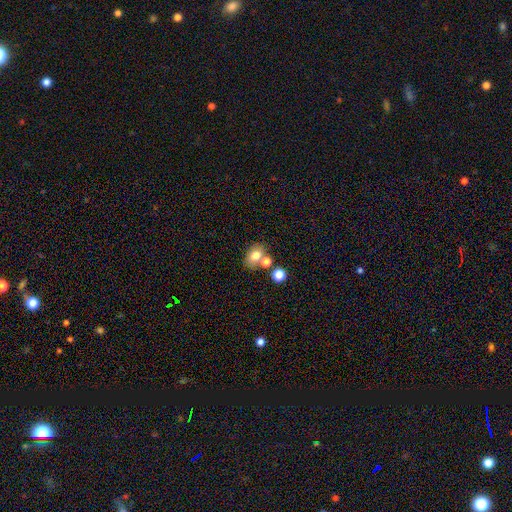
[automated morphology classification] This is likely a smooth galaxy (75%). How rounded: likely in between (64%). Merging: possibly none (59%).